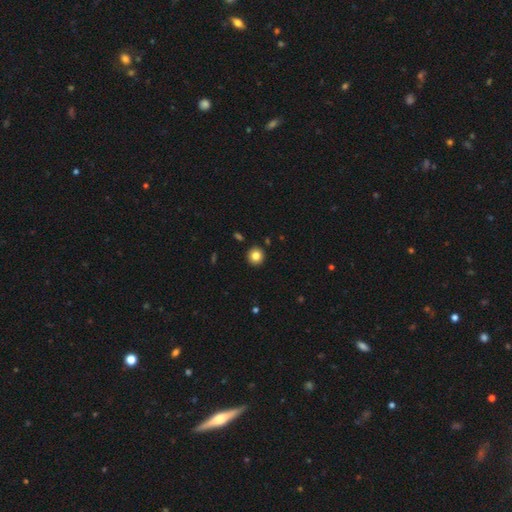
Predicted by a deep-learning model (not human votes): Smooth or featured: smooth — 83% (star or artifact — 11%)
How rounded: round — 93% (in between — 6%)
Merging: none — 92% (minor disturbance — 5%)